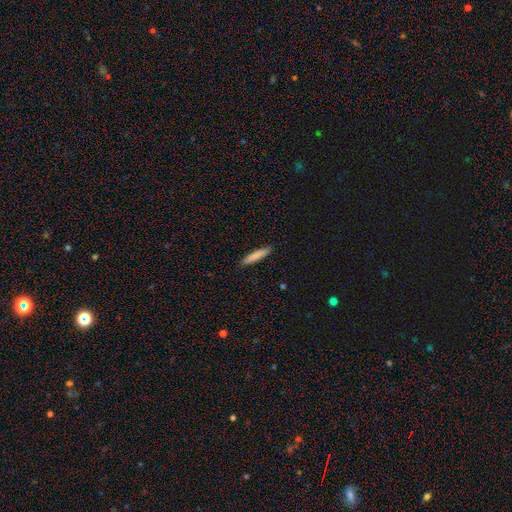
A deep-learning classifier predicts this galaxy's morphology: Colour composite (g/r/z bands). It shows a smooth galaxy with no disk features (84%) that is cigar-shaped (89%). Merging: none (89%).